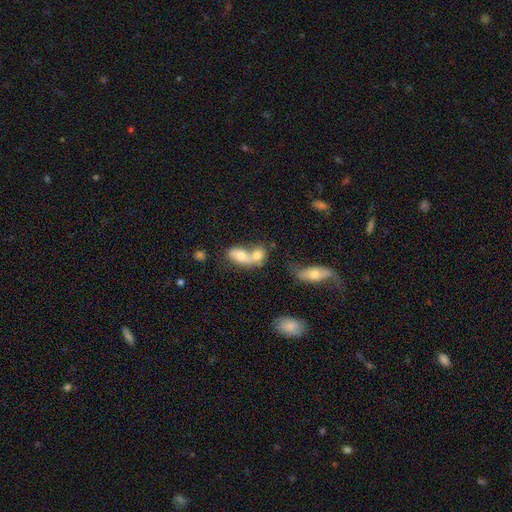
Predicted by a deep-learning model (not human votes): Morphology: type=smooth (65%); roundness=in between (69%); merging=merger (73%).